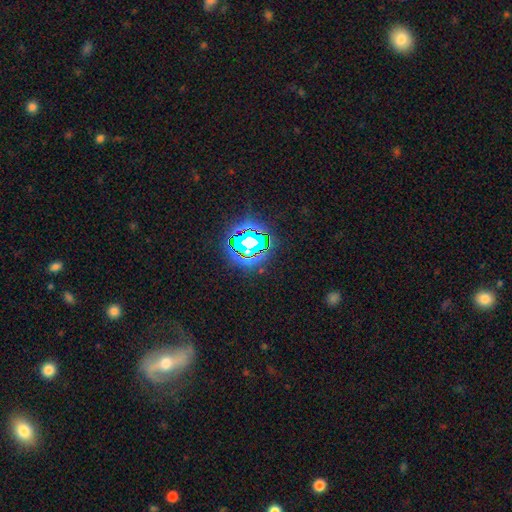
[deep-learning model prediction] smooth-or-featured: star or artifact: 64% | smooth: 19% | featured or disk: 17%